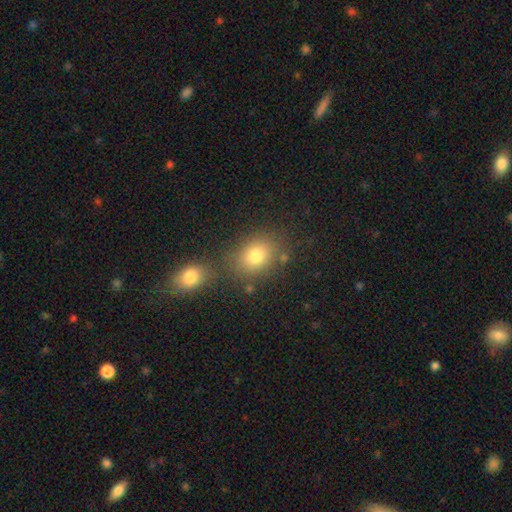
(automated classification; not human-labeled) A smooth galaxy with no disk features (79%) that is in between round and cigar-shaped (62%). Merging: none (66%).